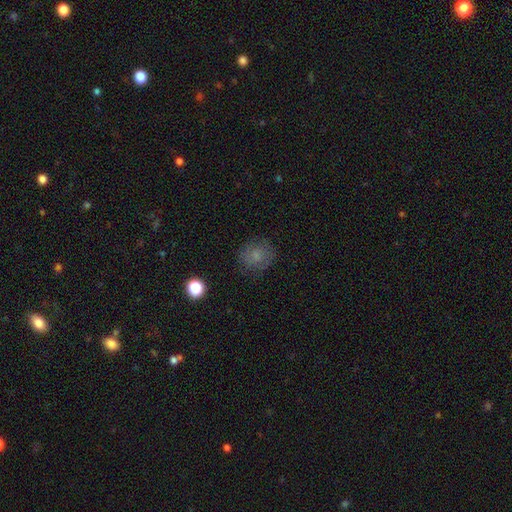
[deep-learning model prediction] This is likely a smooth galaxy (72%). How rounded: likely round (76%). Merging: likely none (76%).